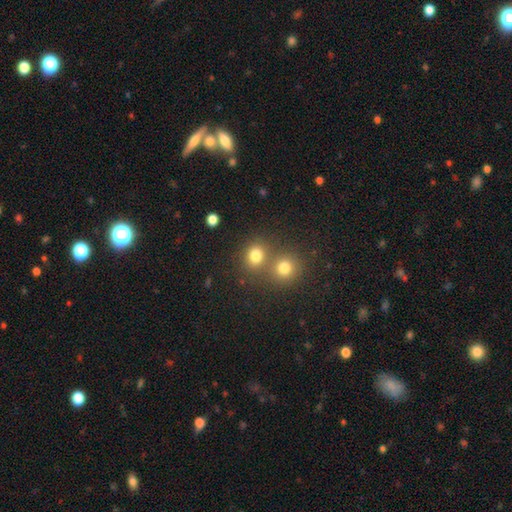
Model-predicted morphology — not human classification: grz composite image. It shows a smooth galaxy with no disk features (79%) that is round (75%). Merging: none (54%).